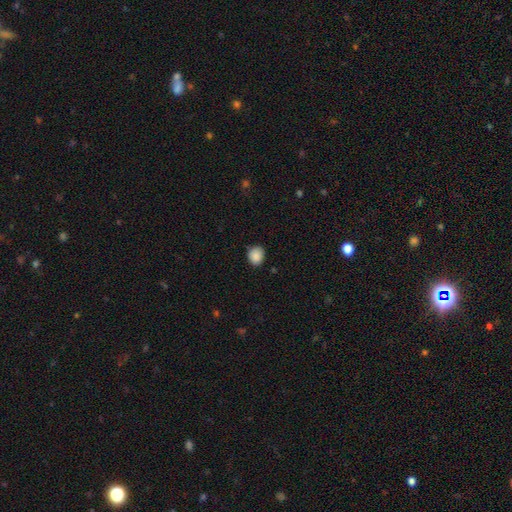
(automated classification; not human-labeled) Overall: smooth (88%). How rounded: round (66%; in between 33%). Merging: none (85%).